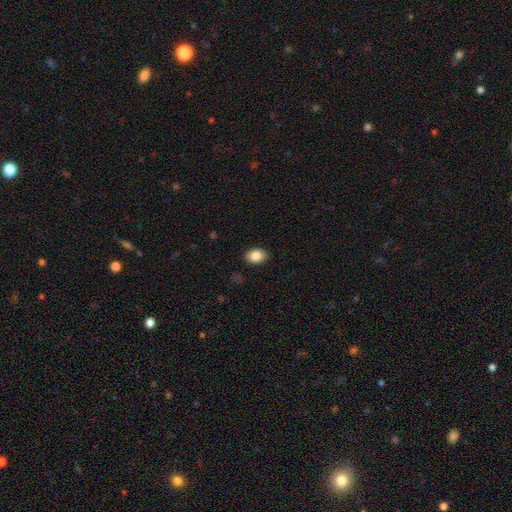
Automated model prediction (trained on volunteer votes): smooth-or-featured: smooth: 86% | star or artifact: 8% | featured or disk: 6%
  how-rounded: in between: 77% | round: 22% | cigar-shaped: 1%
  merging: none: 89% | minor disturbance: 8% | major disturbance: 2% | merger: 1%